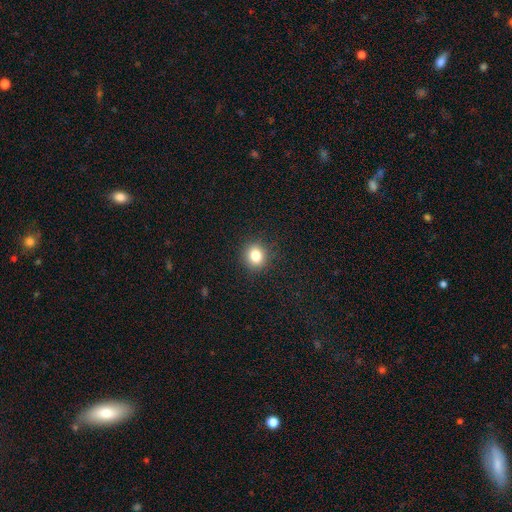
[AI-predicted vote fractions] A smooth galaxy with no disk features (82%) that is round (82%).

Vote fractions:
- Smooth or featured? smooth: 82% / star or artifact: 11% / featured or disk: 6%
- How rounded? round: 82% / in between: 18% / cigar-shaped: 1%
- Merging? none: 89% / minor disturbance: 7% / major disturbance: 2% / merger: 1%